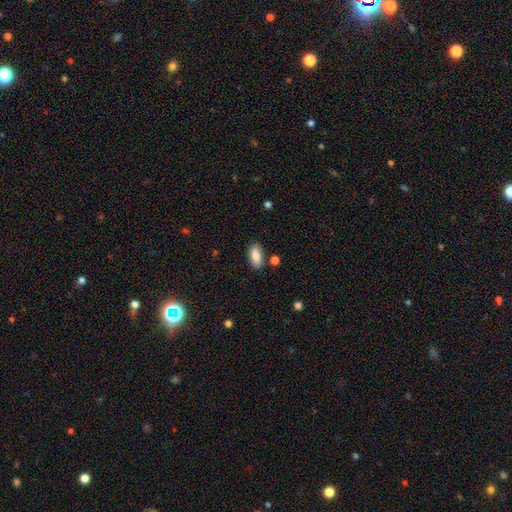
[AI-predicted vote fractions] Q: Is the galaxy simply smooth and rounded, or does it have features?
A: smooth — 85%.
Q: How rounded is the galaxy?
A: in between — 87%.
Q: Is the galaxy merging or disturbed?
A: none — 82%.